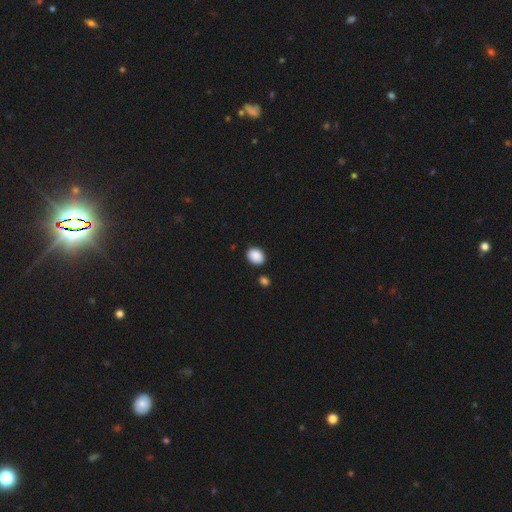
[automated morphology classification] Overall: smooth (89%). How rounded: in between (59%; round 40%). Merging: none (85%).